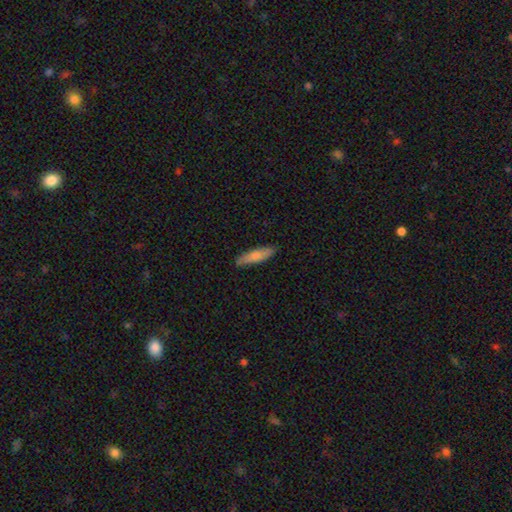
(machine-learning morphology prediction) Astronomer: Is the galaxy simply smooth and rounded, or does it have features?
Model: smooth — 76%.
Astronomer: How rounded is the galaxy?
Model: cigar-shaped — 70%.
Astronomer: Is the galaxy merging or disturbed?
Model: none — 85%.